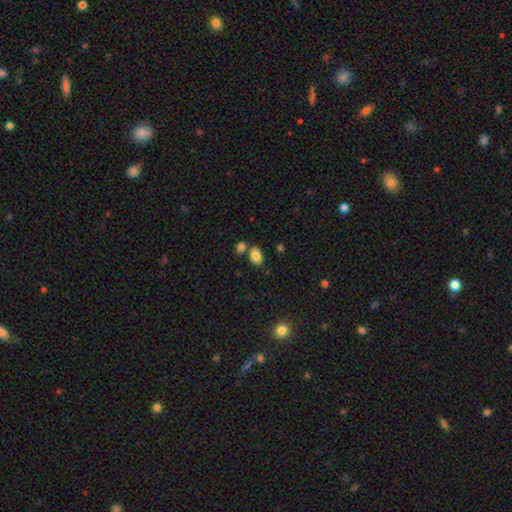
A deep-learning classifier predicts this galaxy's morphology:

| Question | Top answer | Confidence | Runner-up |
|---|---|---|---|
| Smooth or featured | smooth | 85% | star or artifact (9%) |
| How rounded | in between | 86% | round (12%) |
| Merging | none | 68% | merger (19%) |